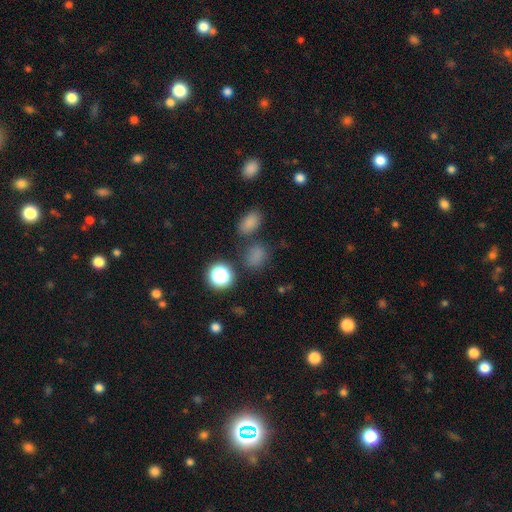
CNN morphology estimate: A smooth galaxy with no disk features (73%) that is round (52%). Merging: none (68%).